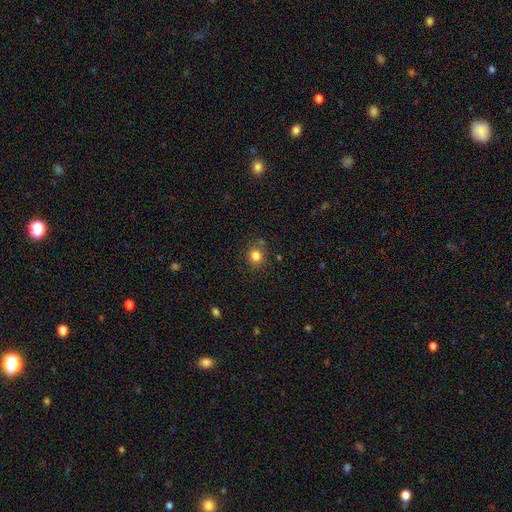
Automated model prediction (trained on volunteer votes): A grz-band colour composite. It shows a smooth galaxy with no disk features (82%) that is round (80%). Merging: none (78%).